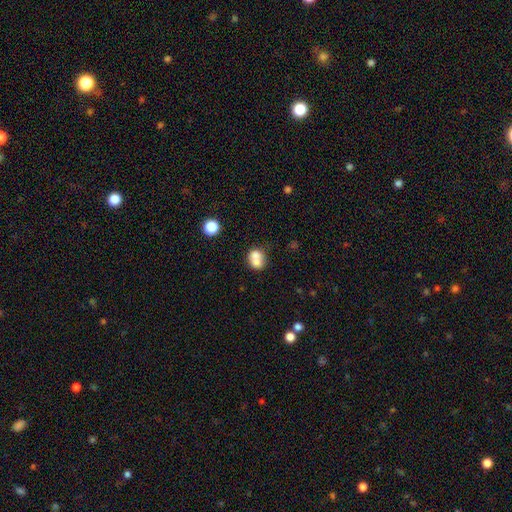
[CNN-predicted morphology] The model was most divided on "how rounded": round: 59%, in between: 40%, cigar-shaped: 1%. More confident: smooth or featured — smooth (72%); merging — merger (59%).